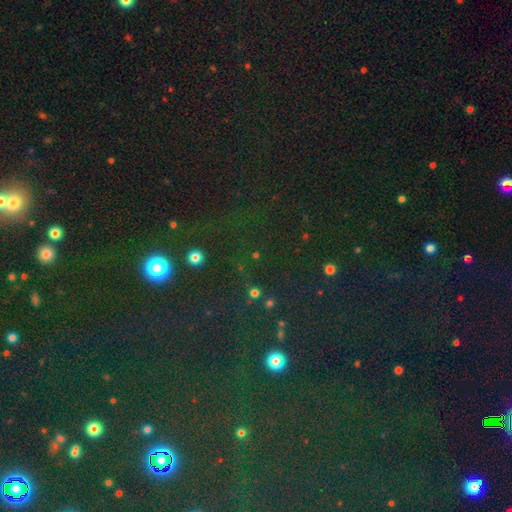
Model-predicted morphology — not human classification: Smooth or featured?
  - star or artifact: 62% *
  - smooth: 30%
  - featured or disk: 9%